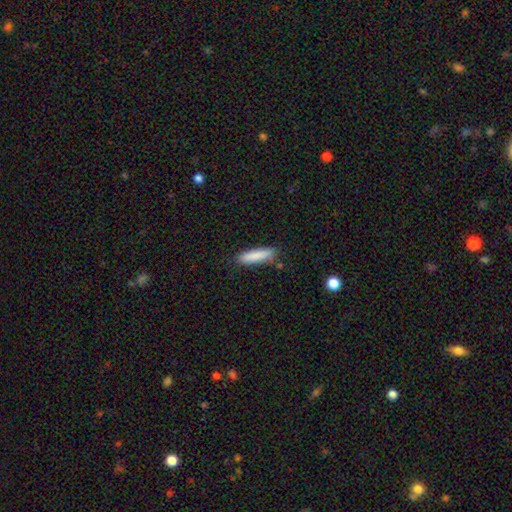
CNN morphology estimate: Smooth or featured? Predicted: smooth (p=0.85). How rounded? Predicted: cigar-shaped (p=0.75). Merging? Predicted: none (p=0.83).